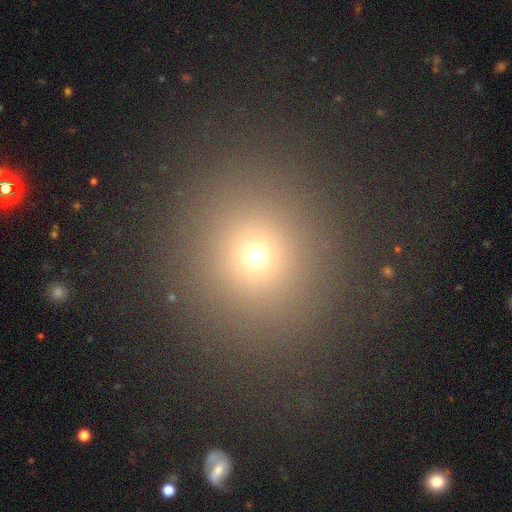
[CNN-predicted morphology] Smooth or featured? Predicted: smooth (p=0.68). How rounded? Predicted: round (p=0.88). Merging? Predicted: none (p=0.88).